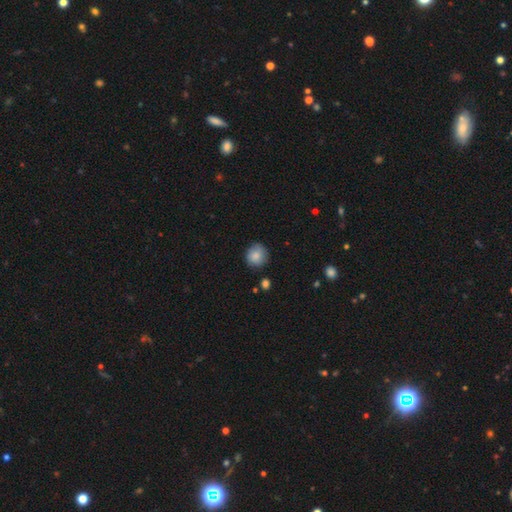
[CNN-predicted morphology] smooth 84%, featured or disk 8%, star or artifact 8%. Down the decision tree: how rounded — round (90%); merging — none (82%).